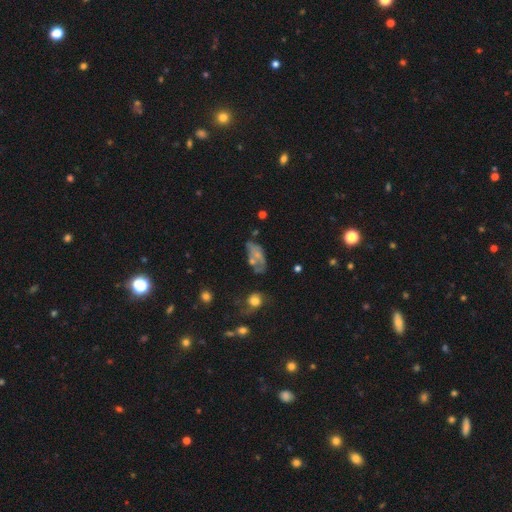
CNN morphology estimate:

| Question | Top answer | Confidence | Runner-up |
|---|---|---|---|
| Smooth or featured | smooth | 47% | featured or disk (42%) |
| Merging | none | 33% | minor disturbance (25%) |